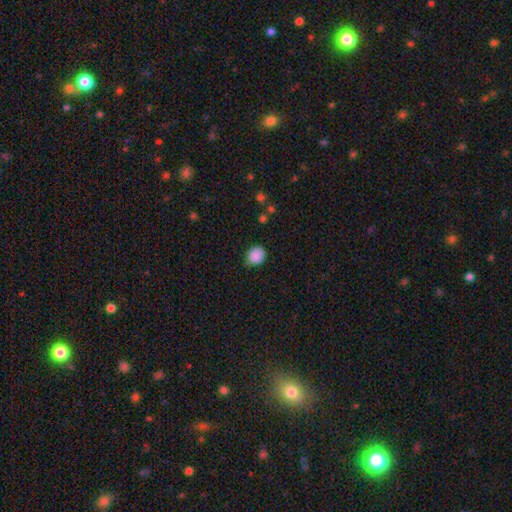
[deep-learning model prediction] Smooth or featured: smooth — 88% (star or artifact — 8%)
How rounded: round — 68% (in between — 31%)
Merging: none — 70% (minor disturbance — 25%)